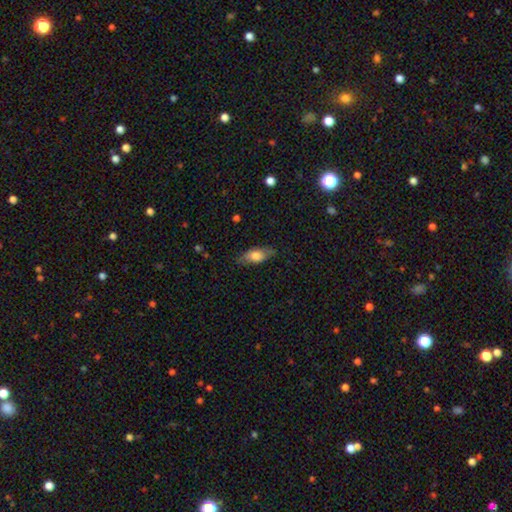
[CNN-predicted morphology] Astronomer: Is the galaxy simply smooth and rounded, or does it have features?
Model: smooth — 71%.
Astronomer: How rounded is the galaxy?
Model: in between — 81%.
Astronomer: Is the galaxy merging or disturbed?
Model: none — 78%.